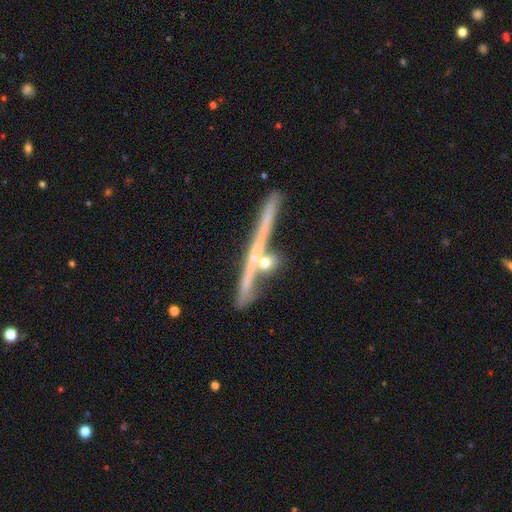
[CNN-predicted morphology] smooth_or_featured: featured or disk (p=0.66) [alt: smooth p=0.25]
disk_edge_on: yes (p=0.94) [alt: no p=0.06]
edge_on_bulge: none (p=0.59) [alt: rounded p=0.35]
merging: none (p=0.67) [alt: merger p=0.18]